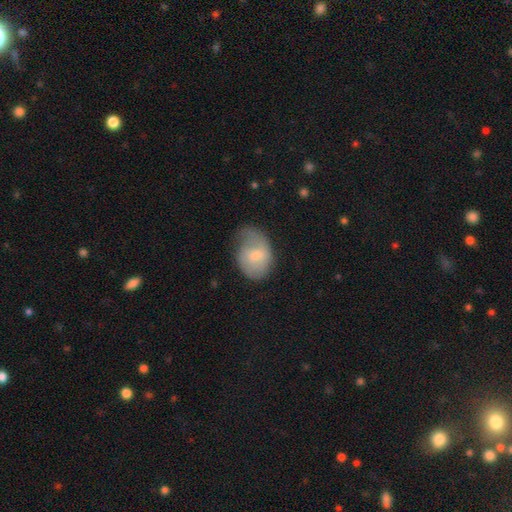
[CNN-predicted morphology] Smooth or featured?
  - smooth: 55% *
  - featured or disk: 38%
  - star or artifact: 7%
How rounded?
  - in between: 70% *
  - round: 29%
  - cigar-shaped: 1%
Merging?
  - none: 39% *
  - minor disturbance: 36%
  - major disturbance: 24%
  - merger: 2%